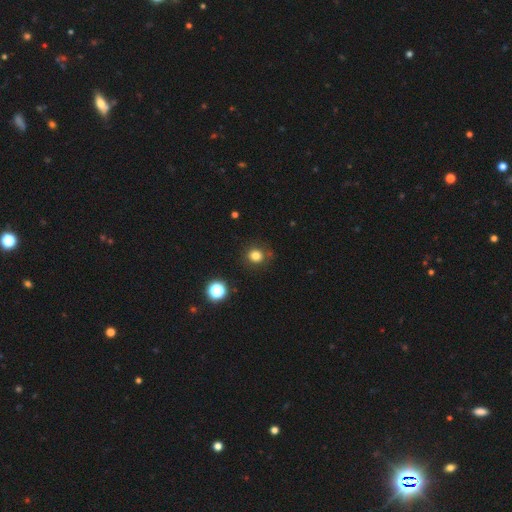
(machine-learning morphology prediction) A smooth galaxy with no disk features (79%) that is round (84%). Merging: none (82%).